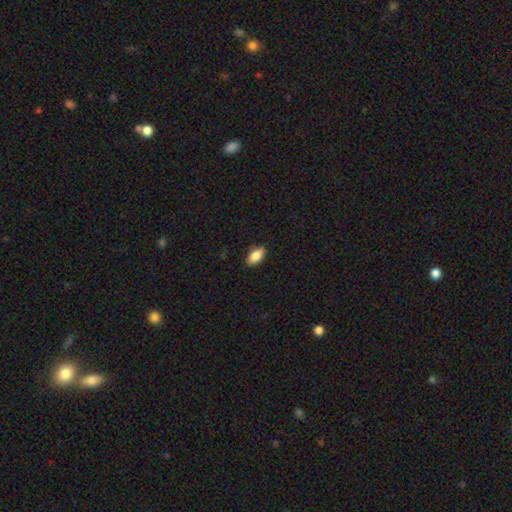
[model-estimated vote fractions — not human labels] Overall: smooth (85%). How rounded: in between (91%). Merging: none (86%).